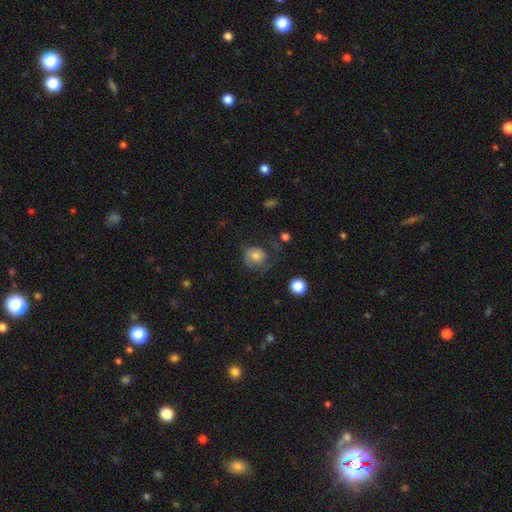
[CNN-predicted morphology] A smooth galaxy with no disk features (65%) that is round (77%). Merging: none (43%).